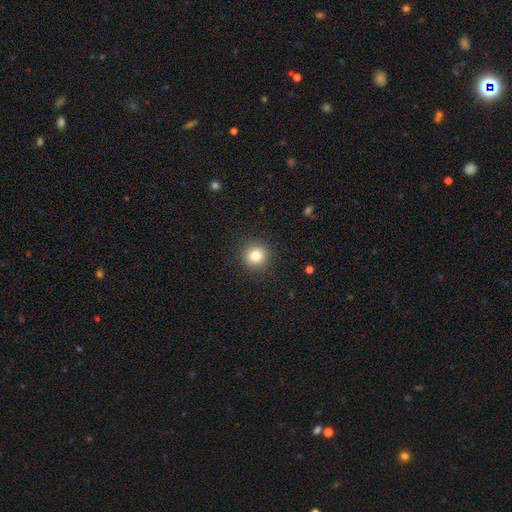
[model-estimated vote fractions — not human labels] Smooth or featured? Predicted: smooth (p=0.83). How rounded? Predicted: round (p=0.94). Merging? Predicted: none (p=0.91).